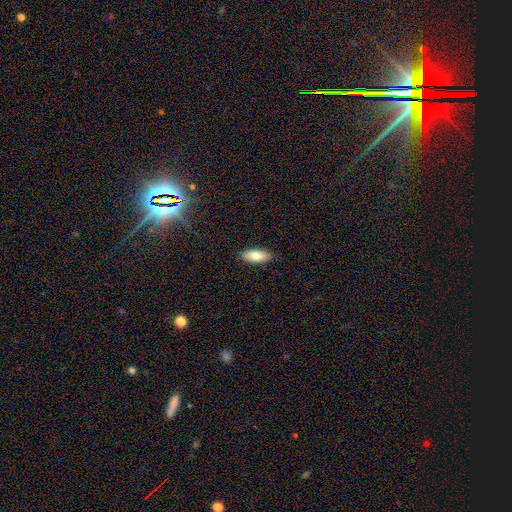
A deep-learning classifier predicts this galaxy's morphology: The model was most divided on "smooth or featured": smooth: 81%, featured or disk: 13%, star or artifact: 6%. More confident: merging — none (87%); how rounded — in between (84%).